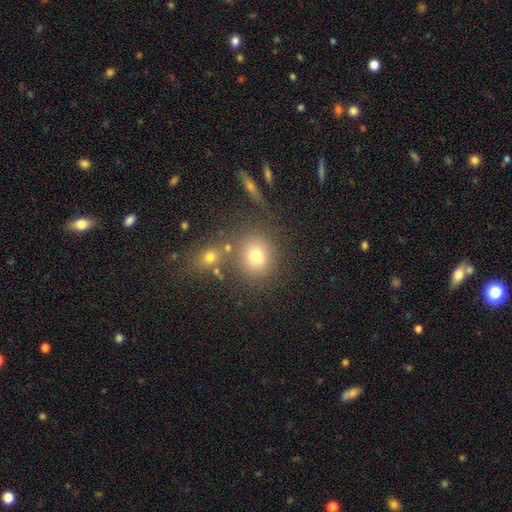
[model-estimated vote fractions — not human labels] This is likely a smooth galaxy (72%). How rounded: likely round (78%). Merging: likely none (71%).